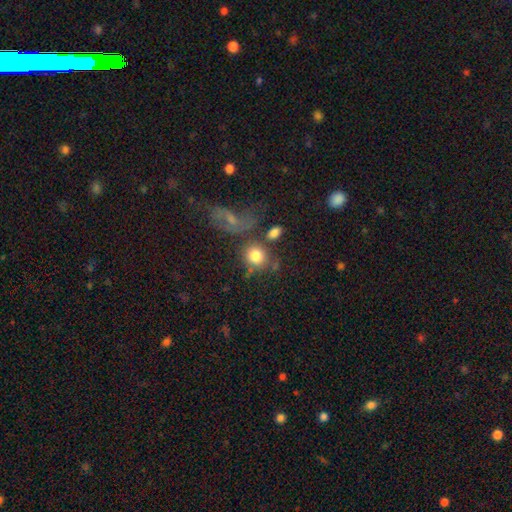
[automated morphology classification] smooth-or-featured: smooth: 79% | featured or disk: 12% | star or artifact: 9%
  how-rounded: round: 72% | in between: 26% | cigar-shaped: 2%
  merging: none: 53% | merger: 22% | minor disturbance: 15% | major disturbance: 10%